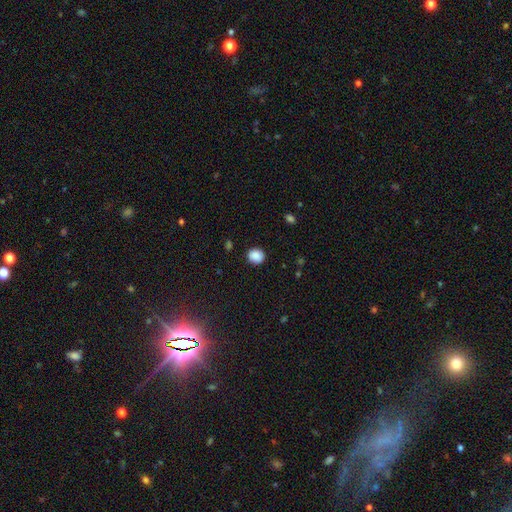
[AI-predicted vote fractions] Smooth or featured: smooth — 87% (star or artifact — 9%)
How rounded: round — 83% (in between — 16%)
Merging: none — 86% (minor disturbance — 10%)